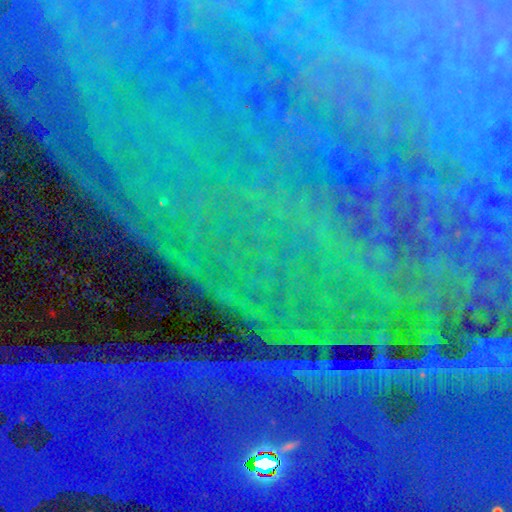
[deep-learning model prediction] This appears to be a star or artifact, not a galaxy (87%).